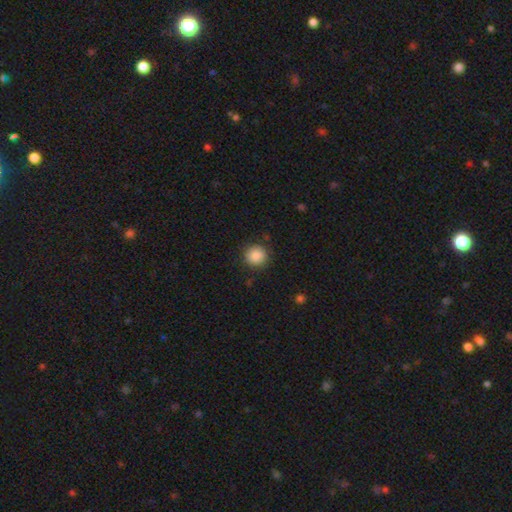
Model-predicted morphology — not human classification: Smooth or featured? Predicted: smooth (p=0.87). How rounded? Predicted: round (p=0.94). Merging? Predicted: none (p=0.90).